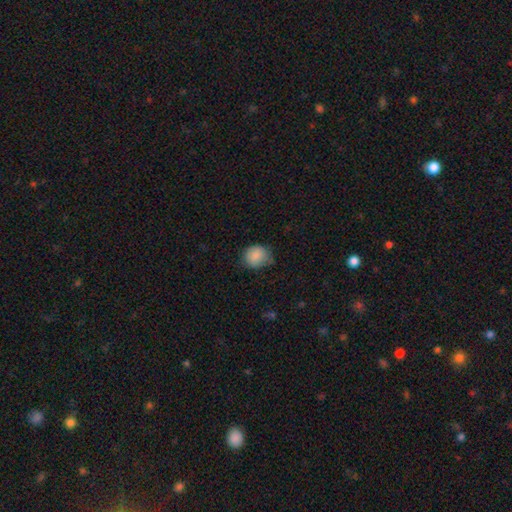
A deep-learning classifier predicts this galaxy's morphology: A smooth galaxy with no disk features (87%) that is round (70%). Merging: none (69%).